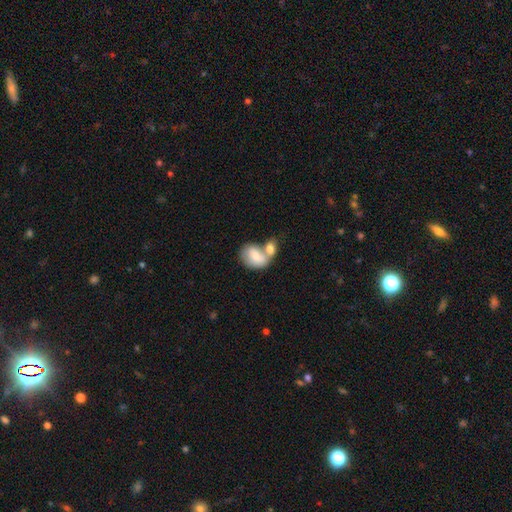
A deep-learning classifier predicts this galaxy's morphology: smooth 71%, featured or disk 23%, star or artifact 6%. Down the decision tree: how rounded — in between (72%); merging — merger (67%).